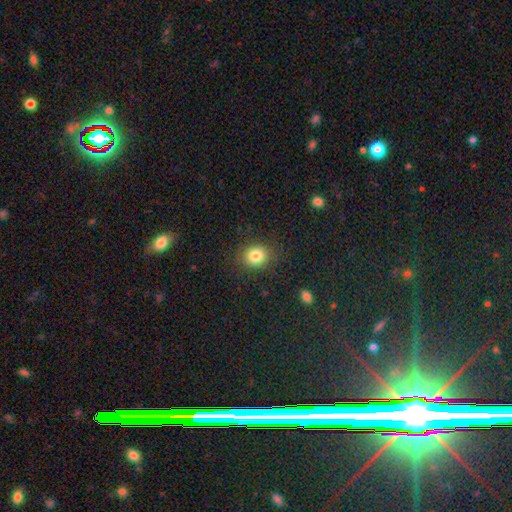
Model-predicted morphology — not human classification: This appears to be a smooth galaxy with no disk features (81%) that is round (72%). Merging: none (85%).